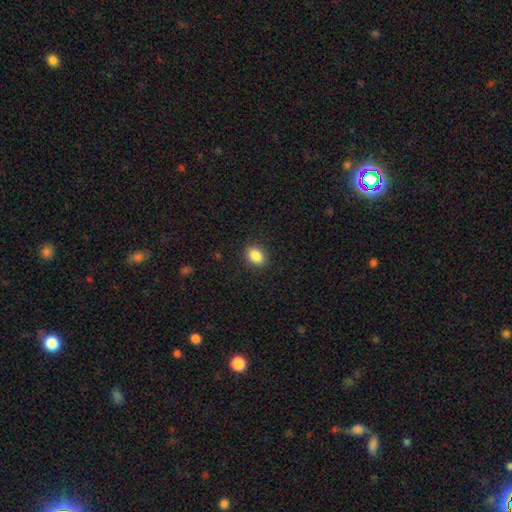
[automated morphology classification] smooth_or_featured: smooth (p=0.87) [alt: star or artifact p=0.08]
how_rounded: in between (p=0.77) [alt: round p=0.22]
merging: none (p=0.89) [alt: minor disturbance p=0.08]